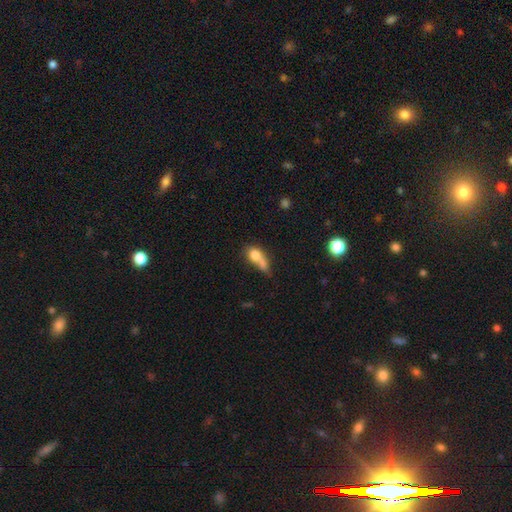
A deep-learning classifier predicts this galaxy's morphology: Q: Smooth or featured?
A: smooth (71%); runner-up: featured or disk (19%)
Q: How rounded?
A: in between (52%); runner-up: round (39%)
Q: Merging?
A: merger (53%); runner-up: none (24%)